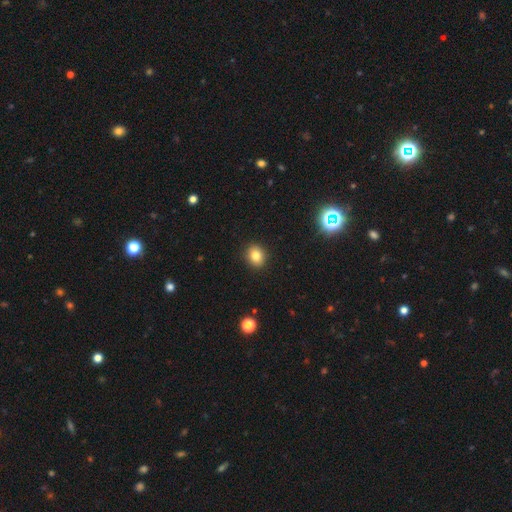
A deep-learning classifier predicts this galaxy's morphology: This appears to be a smooth galaxy with no disk features (81%) that is round (62%). Merging: none (90%).